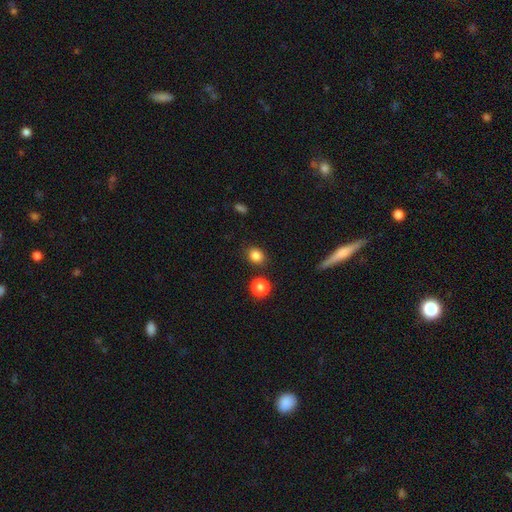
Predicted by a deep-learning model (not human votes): This appears to be a smooth galaxy with no disk features (84%) that is round (63%). Merging: none (83%).